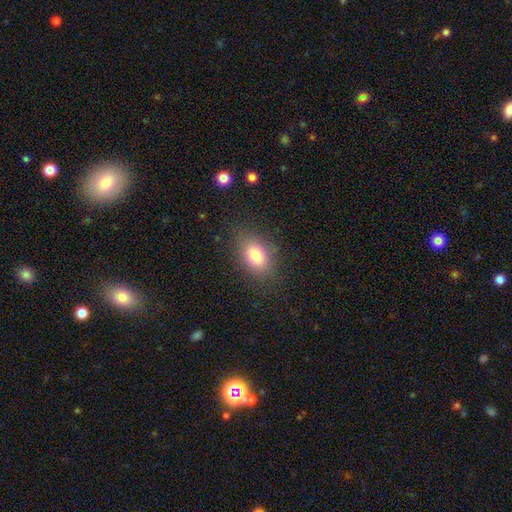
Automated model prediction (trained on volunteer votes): Overall: smooth (79%). How rounded: in between (78%). Merging: none (82%).